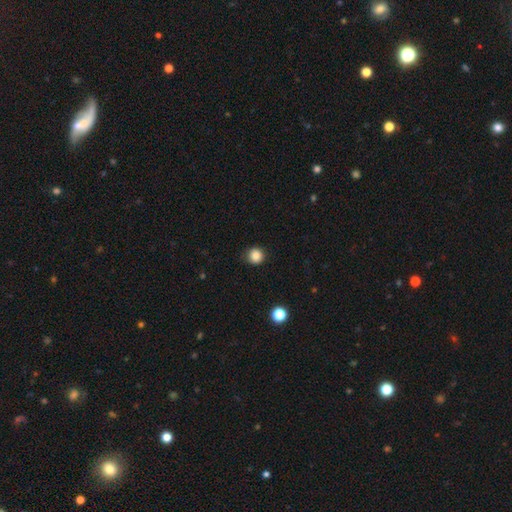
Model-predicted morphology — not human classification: smooth_or_featured: smooth (p=0.85) [alt: star or artifact p=0.11]
how_rounded: round (p=0.93) [alt: in between p=0.06]
merging: none (p=0.86) [alt: minor disturbance p=0.10]